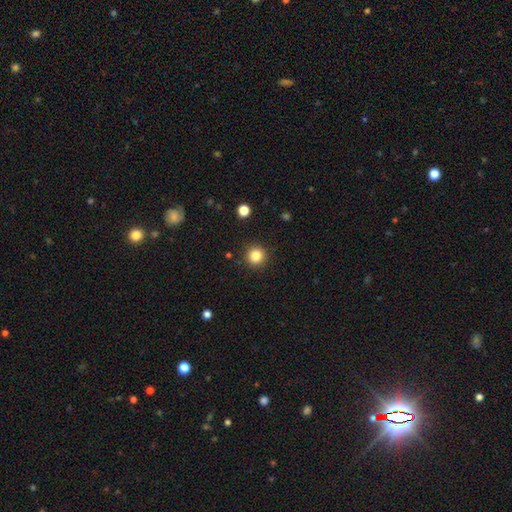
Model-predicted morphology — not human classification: smooth_or_featured: smooth (p=0.84) [alt: star or artifact p=0.12]
how_rounded: round (p=0.93) [alt: in between p=0.06]
merging: none (p=0.91) [alt: minor disturbance p=0.06]